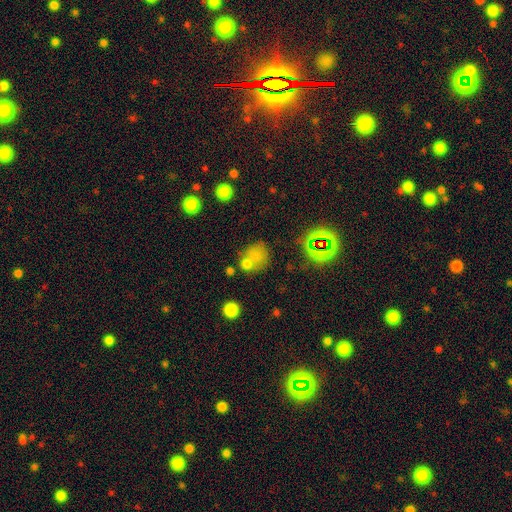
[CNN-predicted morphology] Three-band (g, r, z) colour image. It shows a smooth galaxy with no disk features (65%) that is round (73%). Merging: none (48%).